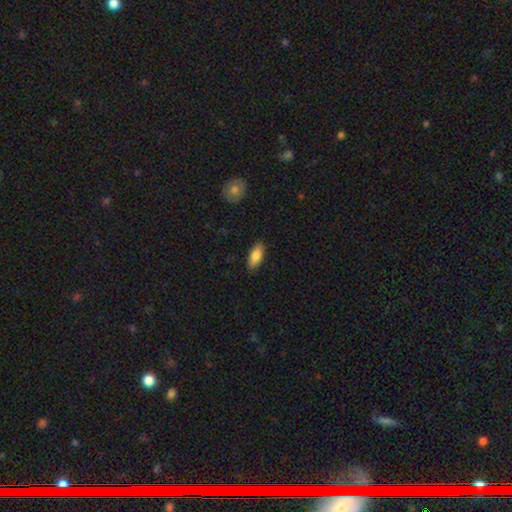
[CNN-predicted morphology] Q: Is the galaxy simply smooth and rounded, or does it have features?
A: smooth — 85%.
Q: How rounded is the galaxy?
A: in between — 85%.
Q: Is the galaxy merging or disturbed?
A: none — 87%.